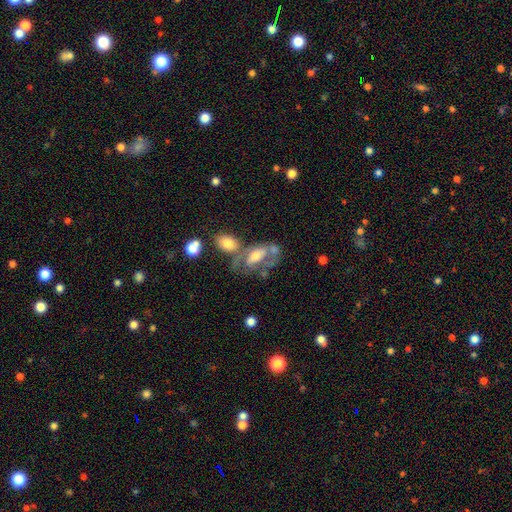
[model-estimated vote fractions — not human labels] A featured or disk galaxy (54%). Merging: none (32%).